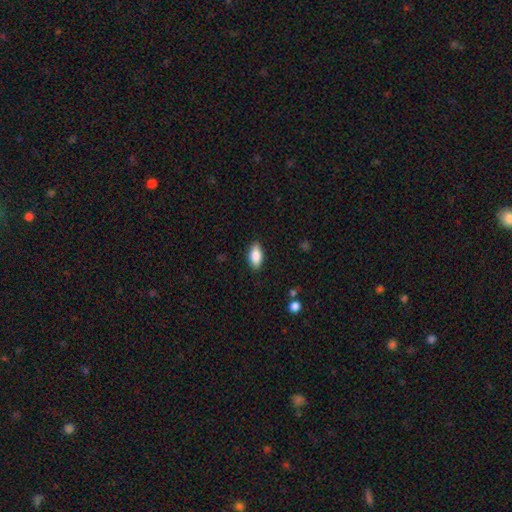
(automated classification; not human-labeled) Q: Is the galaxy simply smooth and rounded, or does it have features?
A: smooth — 85%.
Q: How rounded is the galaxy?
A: in between — 90%.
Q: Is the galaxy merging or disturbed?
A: none — 87%.